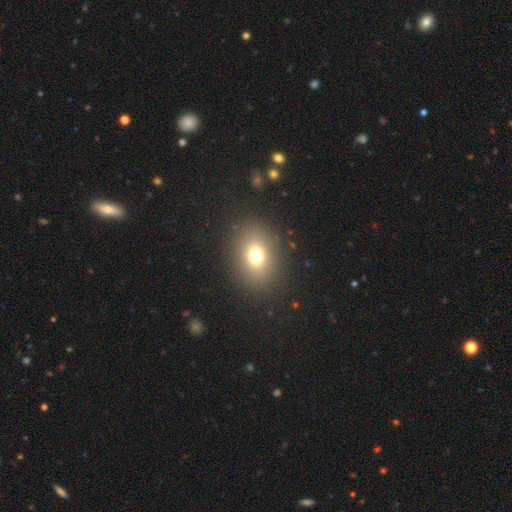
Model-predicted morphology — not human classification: Smooth or featured? smooth (72%)
How rounded? in between (59%)
Merging? none (87%)